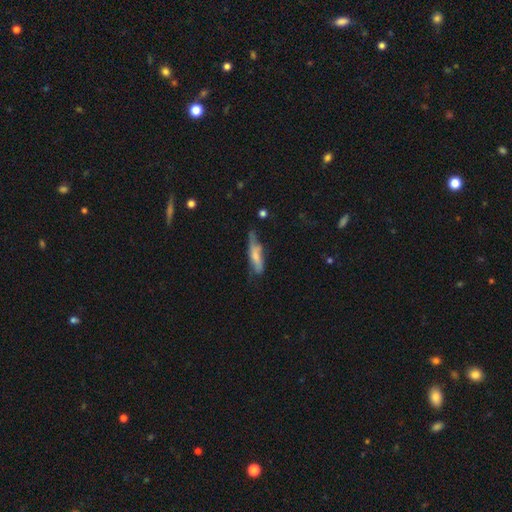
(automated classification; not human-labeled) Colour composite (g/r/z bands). It shows a smooth galaxy with no disk features (61%) that is cigar-shaped (64%). Merging: none (43%).